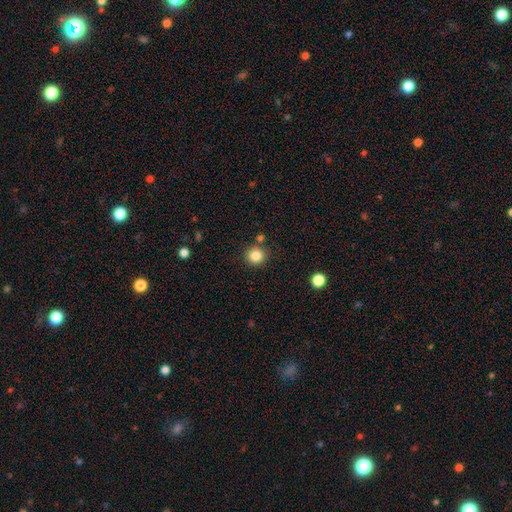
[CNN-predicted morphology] Q: Smooth or featured?
A: smooth (84%); runner-up: star or artifact (11%)
Q: How rounded?
A: round (93%); runner-up: in between (6%)
Q: Merging?
A: none (84%); runner-up: minor disturbance (8%)